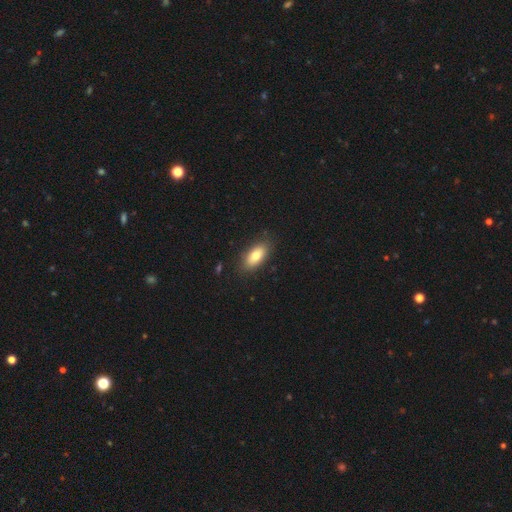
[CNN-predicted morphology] This appears to be a smooth galaxy with no disk features (78%) that is in between round and cigar-shaped (87%). Merging: none (86%).